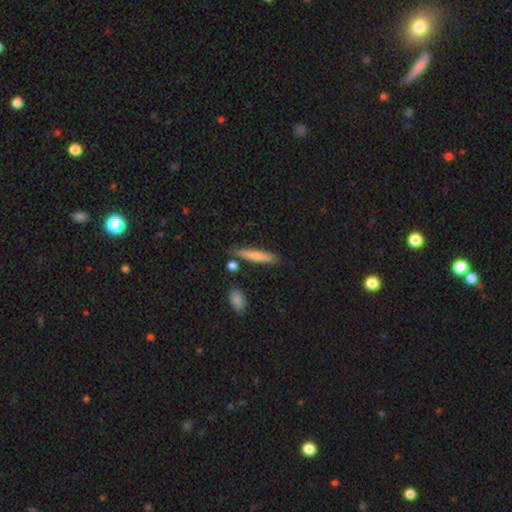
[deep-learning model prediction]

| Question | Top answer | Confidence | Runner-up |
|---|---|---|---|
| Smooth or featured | smooth | 72% | featured or disk (22%) |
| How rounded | cigar-shaped | 88% | in between (10%) |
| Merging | none | 81% | minor disturbance (11%) |